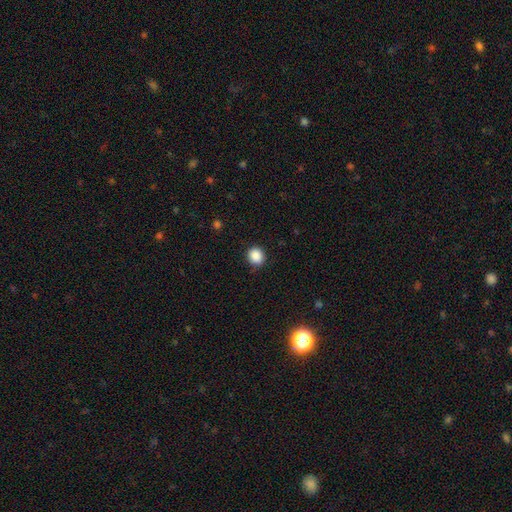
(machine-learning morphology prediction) A smooth galaxy with no disk features (88%) that is round (77%).

Vote fractions:
- Smooth or featured? smooth: 88% / star or artifact: 9% / featured or disk: 3%
- How rounded? round: 77% / in between: 22% / cigar-shaped: 1%
- Merging? none: 86% / minor disturbance: 10% / major disturbance: 2% / merger: 1%